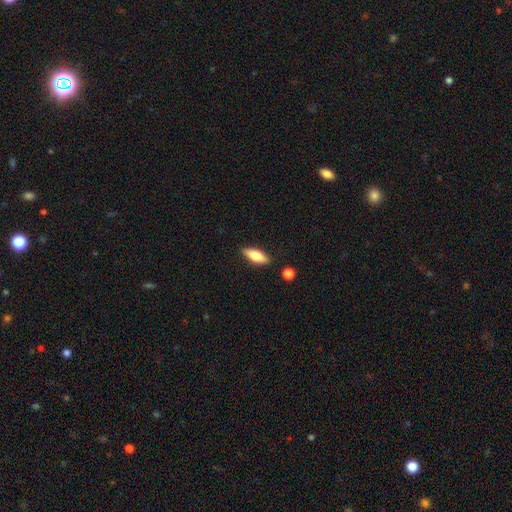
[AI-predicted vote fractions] Smooth or featured?
  - smooth: 67% *
  - featured or disk: 27%
  - star or artifact: 7%
How rounded?
  - in between: 65% *
  - cigar-shaped: 32%
  - round: 3%
Merging?
  - none: 86% *
  - minor disturbance: 10%
  - merger: 3%
  - major disturbance: 2%